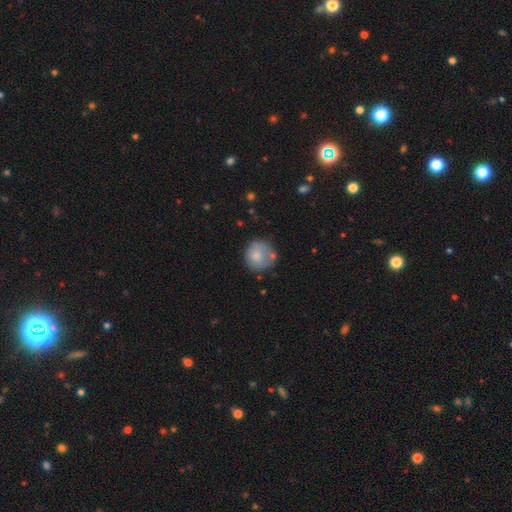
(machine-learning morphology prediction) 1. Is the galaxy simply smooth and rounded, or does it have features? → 75% smooth, 16% featured or disk, 9% star or artifact.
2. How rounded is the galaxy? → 87% round, 12% in between, 1% cigar-shaped.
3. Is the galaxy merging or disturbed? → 63% none, 22% minor disturbance, 8% merger, 7% major disturbance.